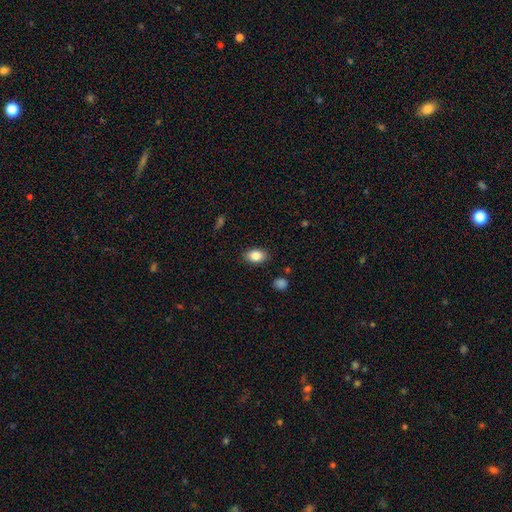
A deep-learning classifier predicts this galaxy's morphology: This appears to be a smooth galaxy with no disk features (85%) that is in between round and cigar-shaped (82%). Merging: none (86%).